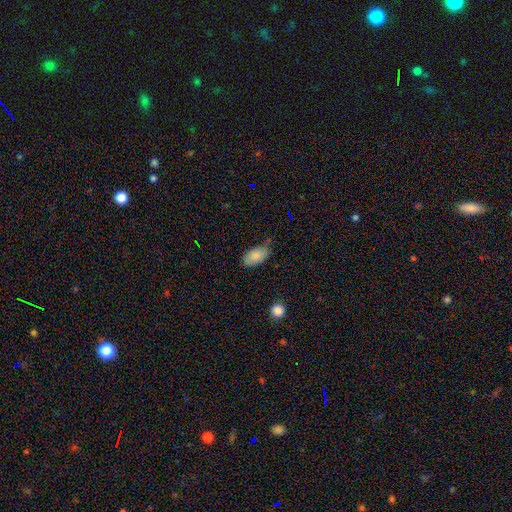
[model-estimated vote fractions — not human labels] A smooth galaxy with no disk features (85%) that is in between round and cigar-shaped (94%).

Vote fractions:
- Smooth or featured? smooth: 85% / featured or disk: 8% / star or artifact: 7%
- How rounded? in between: 94% / round: 3% / cigar-shaped: 3%
- Merging? none: 65% / minor disturbance: 26% / major disturbance: 5% / merger: 4%